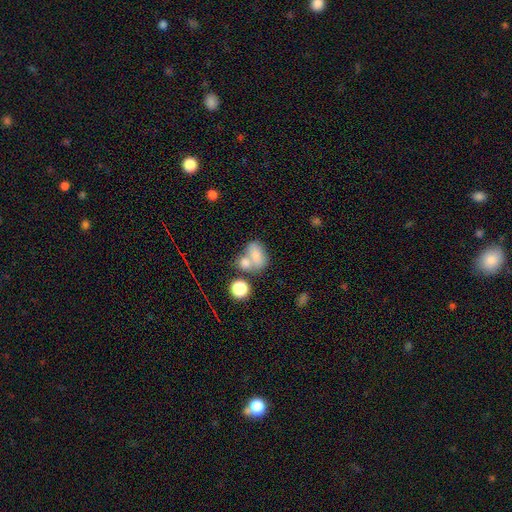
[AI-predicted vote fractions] Smooth or featured? smooth (73%)
How rounded? in between (72%)
Merging? merger (49%)